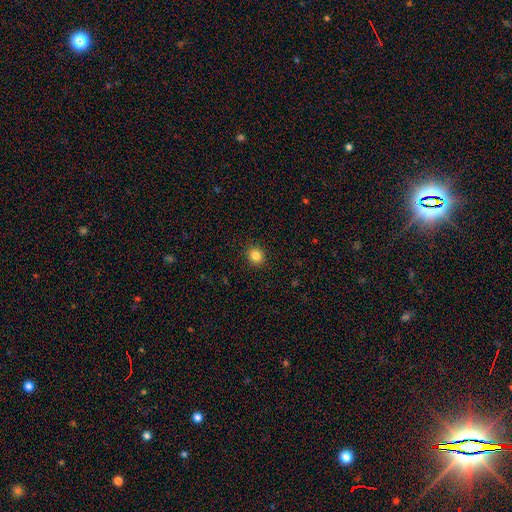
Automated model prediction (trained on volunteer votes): smooth-or-featured: smooth: 85% | star or artifact: 11% | featured or disk: 4%
  how-rounded: round: 75% | in between: 24% | cigar-shaped: 1%
  merging: none: 91% | minor disturbance: 6% | major disturbance: 2% | merger: 1%